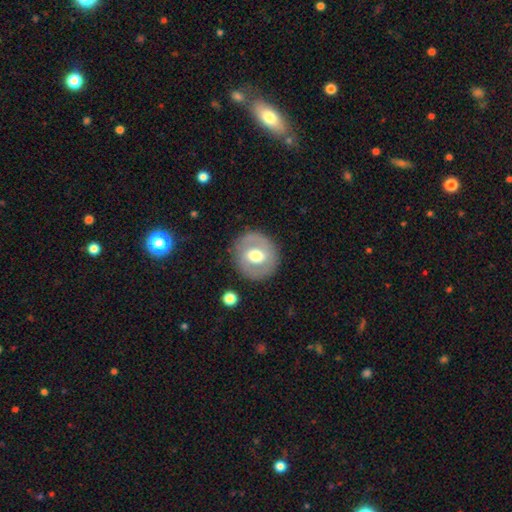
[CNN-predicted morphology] type=featured or disk (51%); edge-on=no (96%); merging=none (85%).